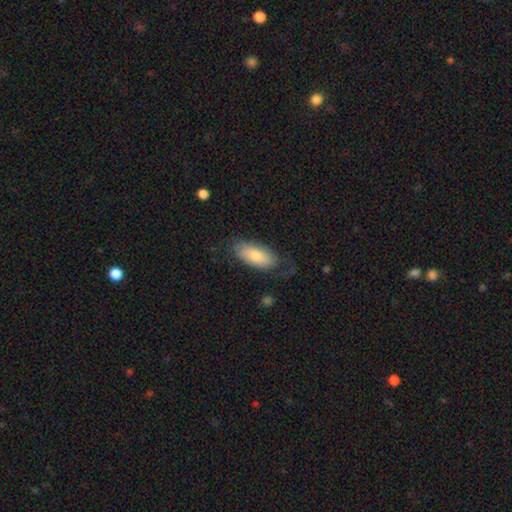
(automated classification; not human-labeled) Smooth or featured? smooth (74%)
How rounded? in between (90%)
Merging? none (57%)